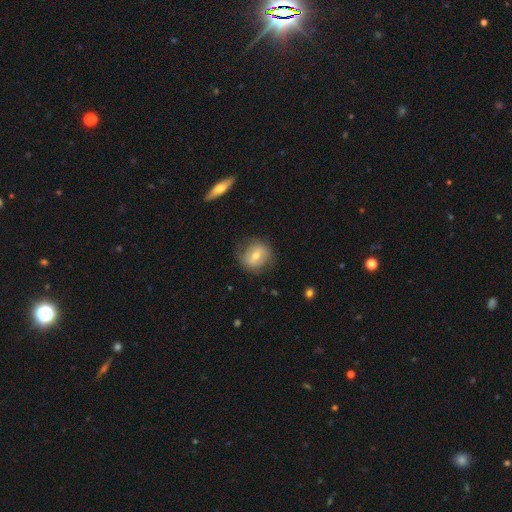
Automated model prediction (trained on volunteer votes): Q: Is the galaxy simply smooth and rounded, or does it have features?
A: smooth — 58%.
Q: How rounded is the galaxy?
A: round — 73%.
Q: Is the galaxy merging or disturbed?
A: none — 74%.